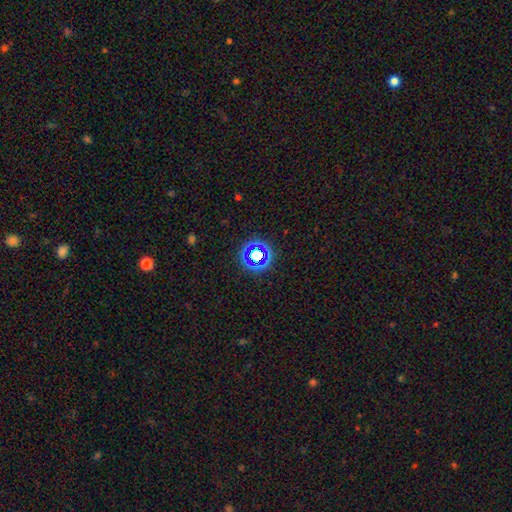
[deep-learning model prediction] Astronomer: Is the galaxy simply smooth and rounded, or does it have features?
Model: star or artifact — 57%.